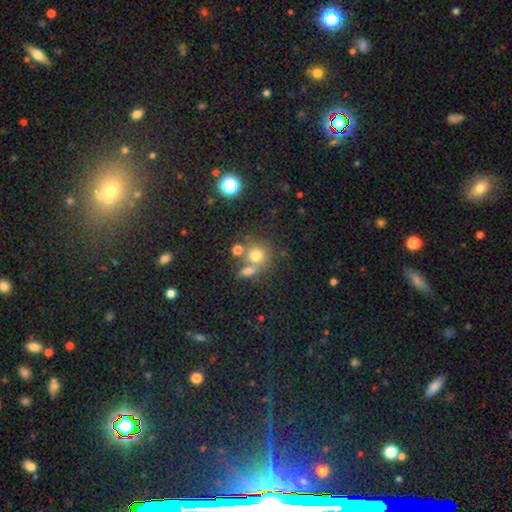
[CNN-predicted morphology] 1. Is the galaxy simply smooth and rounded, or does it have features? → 72% smooth, 15% star or artifact, 13% featured or disk.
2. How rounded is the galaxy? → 81% round, 17% in between, 1% cigar-shaped.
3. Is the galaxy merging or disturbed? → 51% none, 34% merger, 10% minor disturbance, 5% major disturbance.